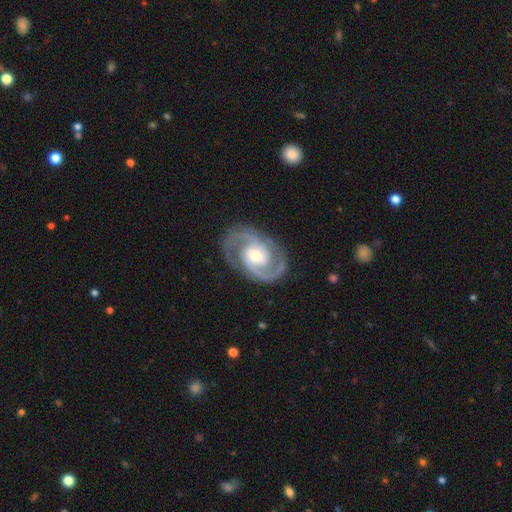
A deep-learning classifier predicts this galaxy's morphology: This is clearly a featured or disk galaxy (92%). It is clearly not viewed edge-on (98%). Bar: marginally no (45%). Spiral arm pattern: clearly yes (98%). Spiral arm count: clearly 2 (92%). Spiral winding: possibly medium (53%). Central bulge: likely moderate (61%). Merging: clearly none (84%).